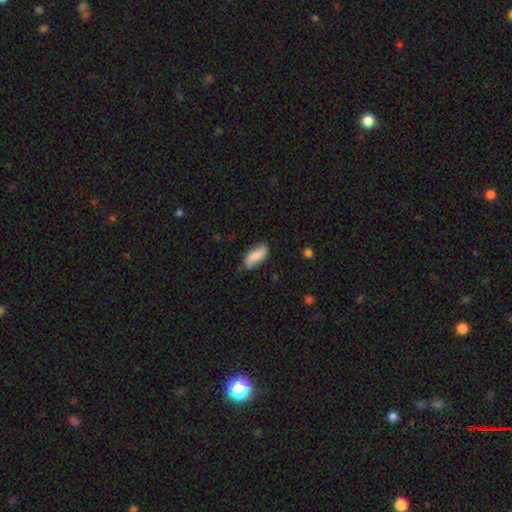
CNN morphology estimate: smooth_or_featured: smooth (p=0.79) [alt: featured or disk p=0.15]
how_rounded: in between (p=0.82) [alt: cigar-shaped p=0.16]
merging: none (p=0.77) [alt: minor disturbance p=0.18]